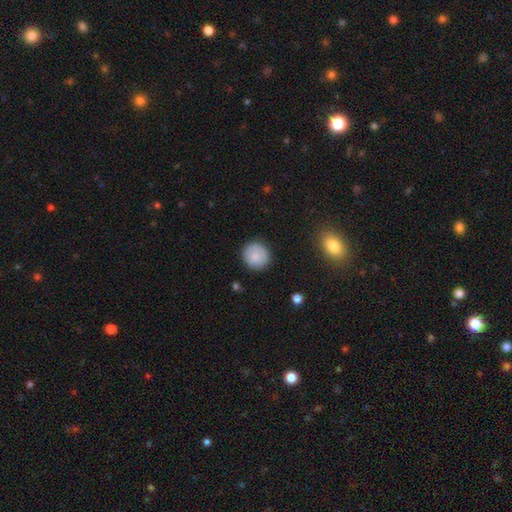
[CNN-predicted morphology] This appears to be a smooth galaxy with no disk features (82%) that is round (92%). Merging: none (88%).